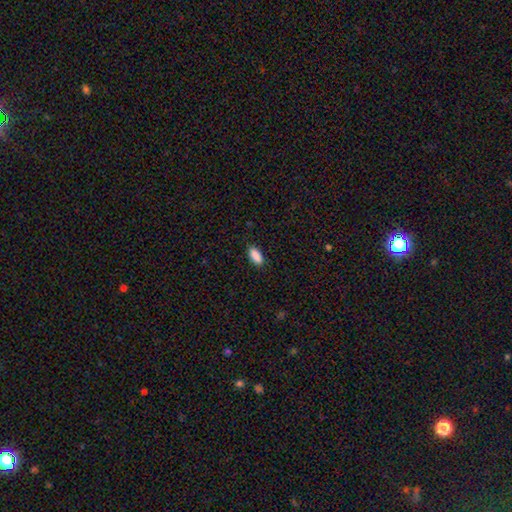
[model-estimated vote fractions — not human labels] A smooth galaxy with no disk features (90%) that is in between round and cigar-shaped (86%).

Vote fractions:
- Smooth or featured? smooth: 90% / star or artifact: 7% / featured or disk: 3%
- How rounded? in between: 86% / cigar-shaped: 11% / round: 2%
- Merging? none: 88% / minor disturbance: 9% / major disturbance: 2% / merger: 1%